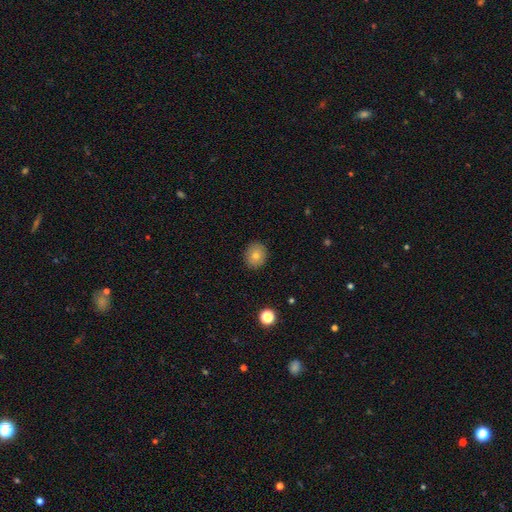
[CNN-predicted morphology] type=smooth (74%); roundness=round (77%); merging=none (89%).